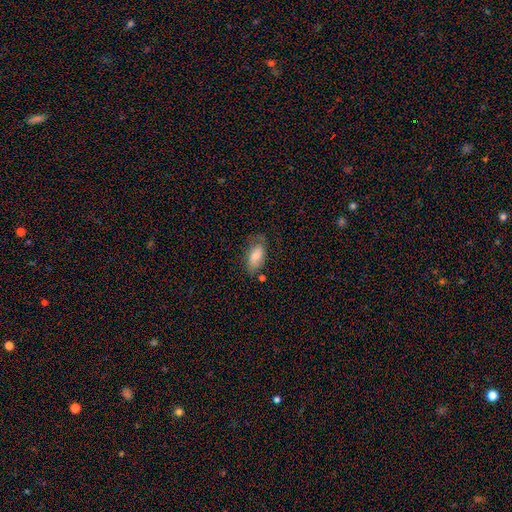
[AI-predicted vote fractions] The model was most divided on "merging": none: 59%, minor disturbance: 27%, major disturbance: 10%, merger: 4%. More confident: how rounded — in between (89%); smooth or featured — smooth (74%).